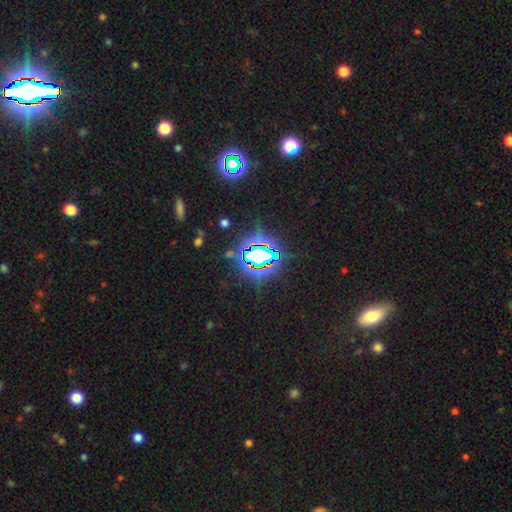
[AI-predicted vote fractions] star or artifact 76%, smooth 14%, featured or disk 10%.